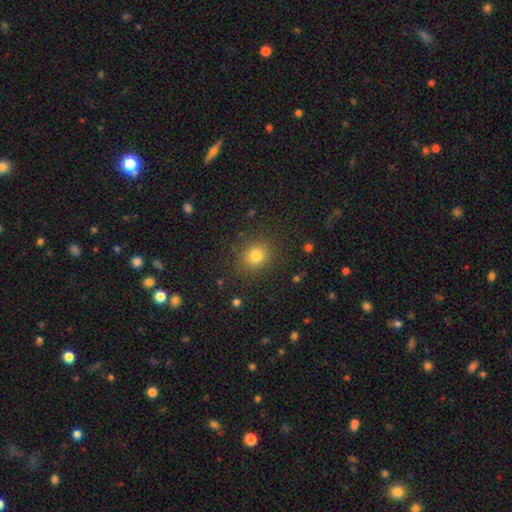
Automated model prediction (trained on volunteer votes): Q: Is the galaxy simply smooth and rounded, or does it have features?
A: smooth — 79%.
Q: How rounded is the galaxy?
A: round — 77%.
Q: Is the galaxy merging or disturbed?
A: none — 86%.